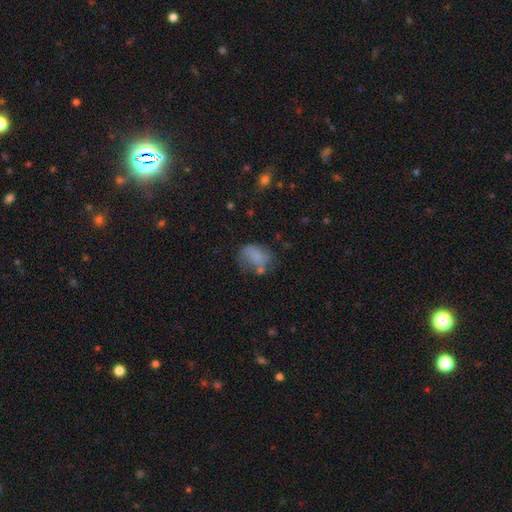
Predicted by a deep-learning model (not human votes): Overall: smooth (67%). How rounded: in between (68%; round 30%). Merging: none (38%; minor disturbance 27%).